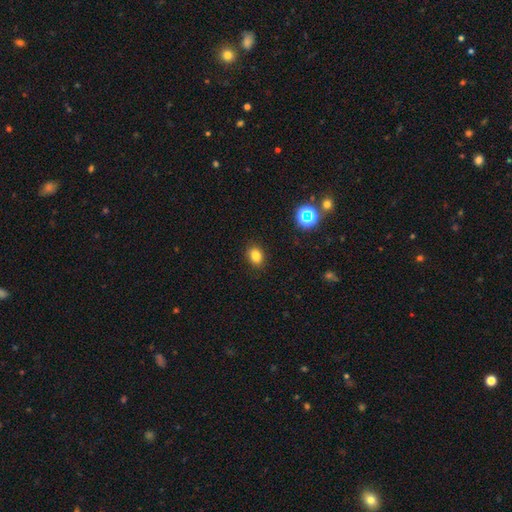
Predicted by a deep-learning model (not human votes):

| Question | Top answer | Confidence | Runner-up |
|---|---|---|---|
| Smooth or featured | smooth | 81% | star or artifact (14%) |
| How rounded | in between | 54% | round (45%) |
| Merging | none | 89% | minor disturbance (8%) |